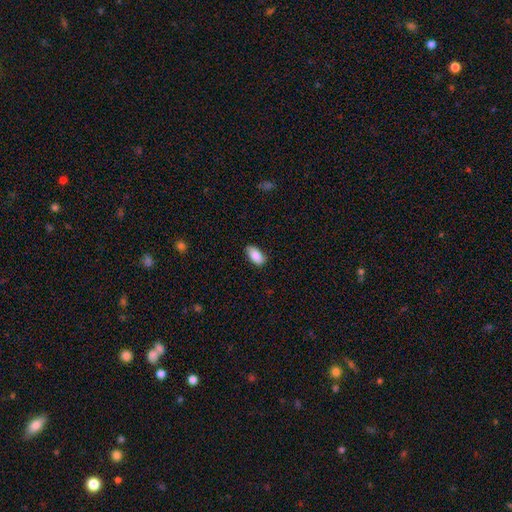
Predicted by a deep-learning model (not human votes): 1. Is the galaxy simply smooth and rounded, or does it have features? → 87% smooth, 7% star or artifact, 6% featured or disk.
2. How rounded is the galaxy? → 92% in between, 4% cigar-shaped, 4% round.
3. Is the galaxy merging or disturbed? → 78% none, 18% minor disturbance, 3% major disturbance, 1% merger.